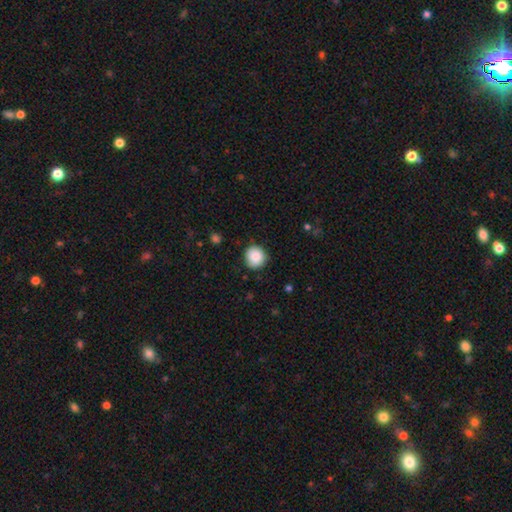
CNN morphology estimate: type=smooth (87%); roundness=round (90%); merging=none (84%).